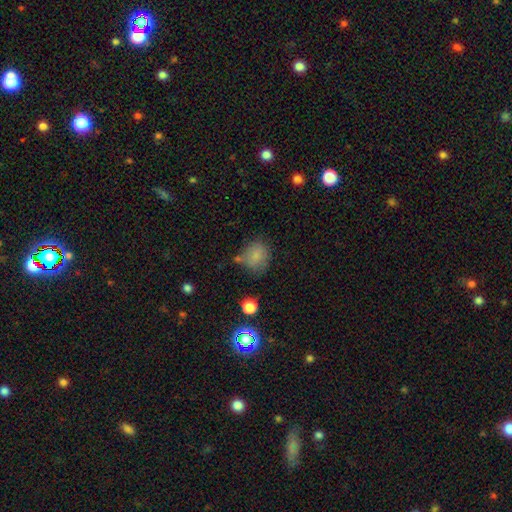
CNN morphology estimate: This is likely a smooth galaxy (77%). How rounded: likely round (66%). Merging: possibly none (53%).